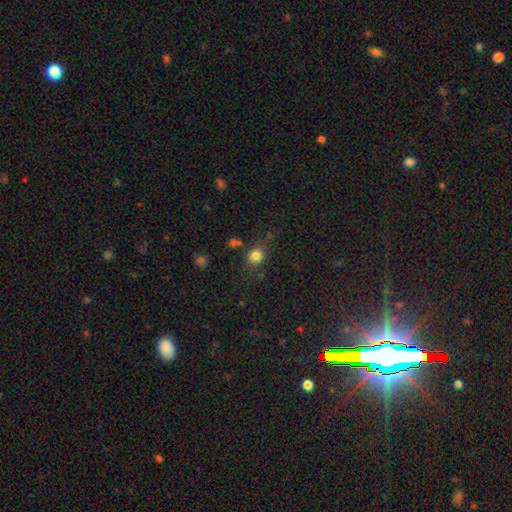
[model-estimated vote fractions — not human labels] Smooth or featured? Predicted: smooth (p=0.80). How rounded? Predicted: round (p=0.73). Merging? Predicted: none (p=0.73).